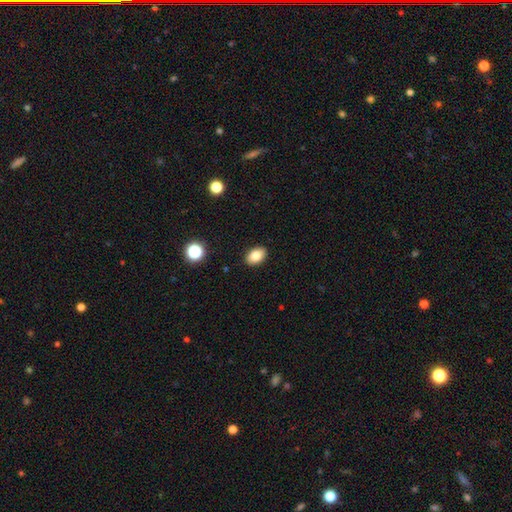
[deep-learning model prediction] A smooth galaxy with no disk features (83%) that is in between round and cigar-shaped (85%). Merging: none (90%).